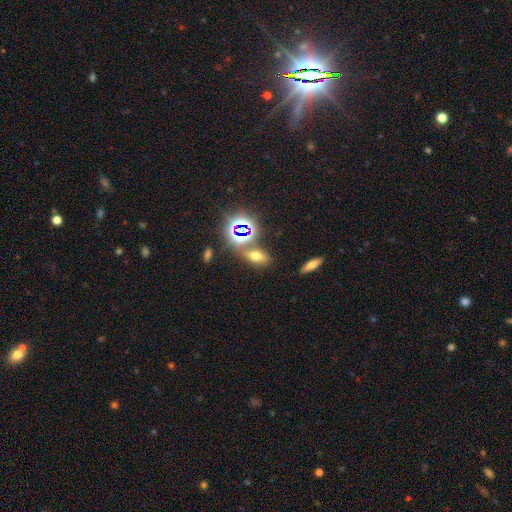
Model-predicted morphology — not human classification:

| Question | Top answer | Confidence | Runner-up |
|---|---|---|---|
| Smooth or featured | smooth | 52% | star or artifact (32%) |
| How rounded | in between | 75% | round (15%) |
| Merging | none | 72% | merger (12%) |